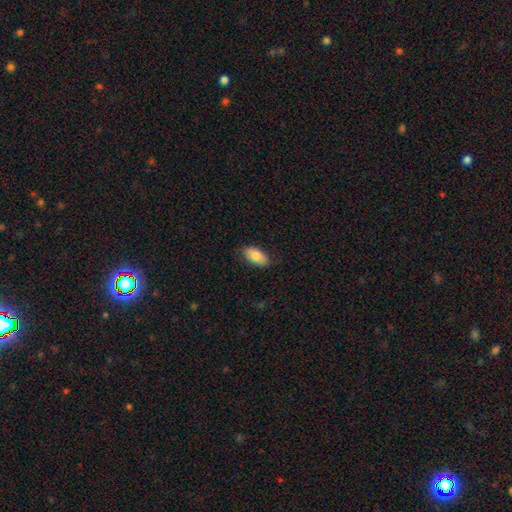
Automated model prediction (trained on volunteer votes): Smooth or featured? smooth (82%)
How rounded? in between (93%)
Merging? none (83%)